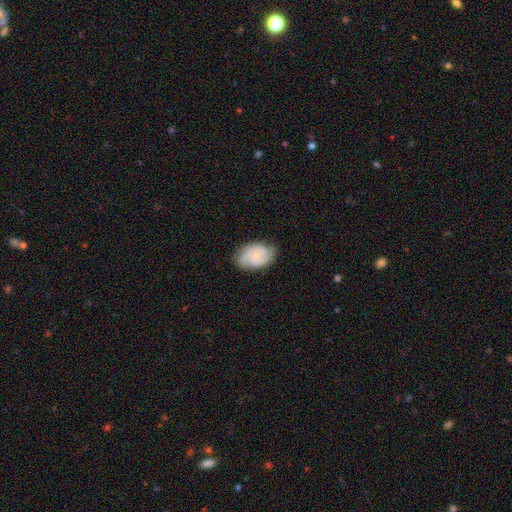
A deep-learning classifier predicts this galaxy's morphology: smooth-or-featured: featured or disk: 63% | smooth: 30% | star or artifact: 7%
  disk-edge-on: no: 97% | yes: 3%
    bar: no: 74% | weak: 23% | strong: 3%
    has-spiral-arms: yes: 93% | no: 7%
      spiral-winding: tight: 51% | medium: 38% | loose: 11%
      spiral-arm-count: 2: 37% | 3: 27% | can't tell: 23% | 4: 5% | 1: 5% | more than 4: 4%
    bulge-size: small: 66% | none: 18% | moderate: 14% | large: 2% | dominant: 1%
  merging: none: 73% | minor disturbance: 20% | major disturbance: 6% | merger: 1%